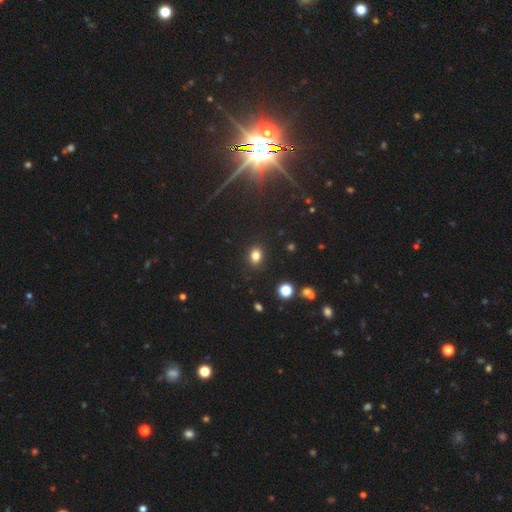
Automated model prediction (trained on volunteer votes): Overall: smooth (80%). How rounded: in between (64%; round 34%). Merging: none (88%).